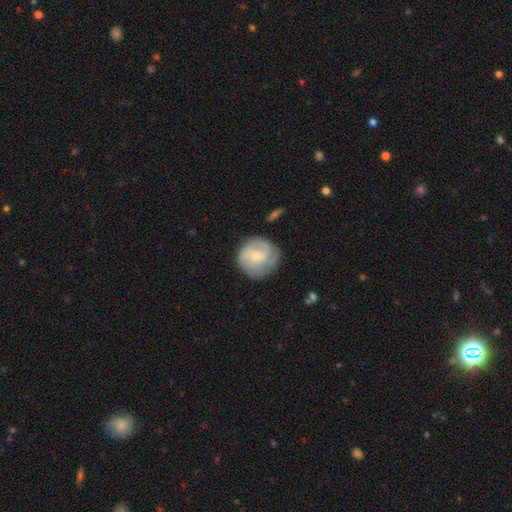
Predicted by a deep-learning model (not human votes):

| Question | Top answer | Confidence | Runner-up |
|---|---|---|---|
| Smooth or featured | featured or disk | 73% | smooth (21%) |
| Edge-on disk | no | 98% | yes (2%) |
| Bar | no | 69% | weak (27%) |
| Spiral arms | yes | 93% | no (7%) |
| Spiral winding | tight | 55% | medium (34%) |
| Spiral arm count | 3 | 35% | can't tell (25%) |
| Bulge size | small | 69% | moderate (28%) |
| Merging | none | 75% | minor disturbance (17%) |